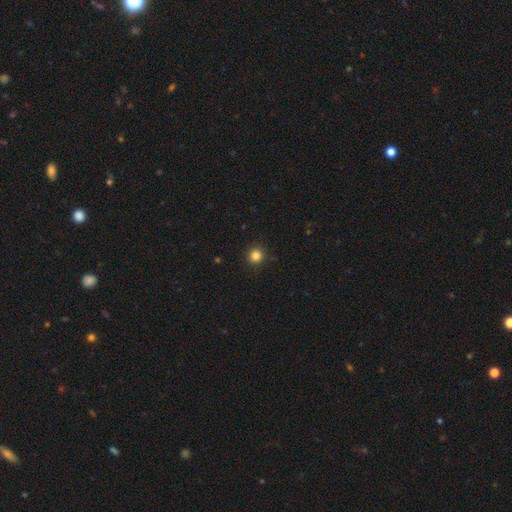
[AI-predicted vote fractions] smooth-or-featured: smooth: 84% | star or artifact: 13% | featured or disk: 4%
  how-rounded: round: 94% | in between: 5% | cigar-shaped: 1%
  merging: none: 92% | minor disturbance: 6% | major disturbance: 2% | merger: 1%